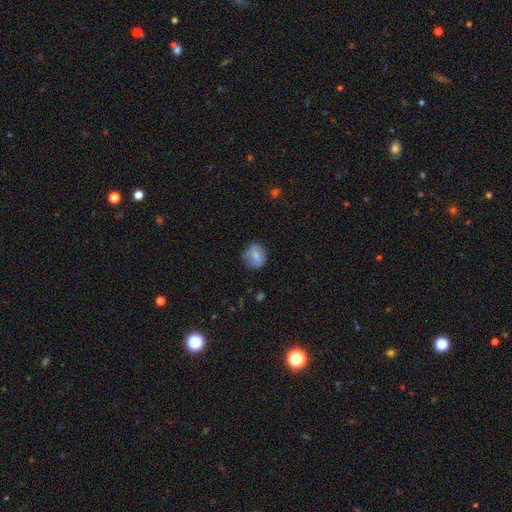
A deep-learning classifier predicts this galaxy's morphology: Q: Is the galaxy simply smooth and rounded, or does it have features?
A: smooth — 72%.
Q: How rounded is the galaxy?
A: round — 73%.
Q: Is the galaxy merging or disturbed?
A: none — 72%.